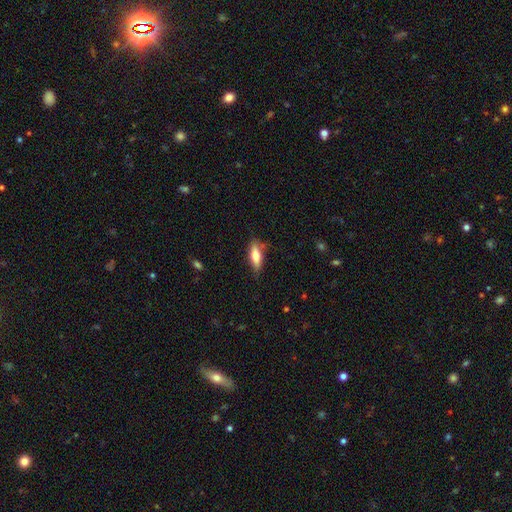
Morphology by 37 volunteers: A smooth galaxy with no disk features (65%) that is cigar-shaped (75%).

Vote fractions:
- Smooth or featured? smooth: 65% / featured or disk: 32% / star or artifact: 3%
- How rounded? cigar-shaped: 75% / in between: 25% / round: 0%
- Merging? none: 86% / minor disturbance: 8% / major disturbance: 3% / merger: 3%